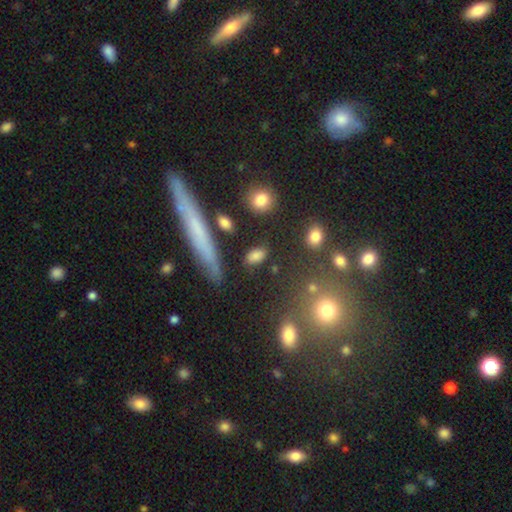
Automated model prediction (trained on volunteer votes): A smooth galaxy with no disk features (79%) that is in between round and cigar-shaped (82%). Merging: none (77%).